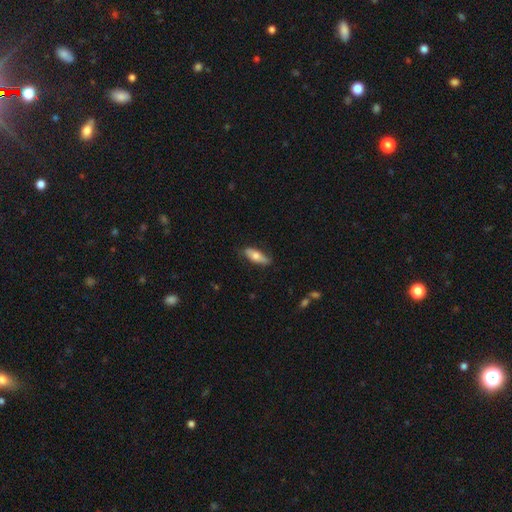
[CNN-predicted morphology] Smooth or featured? smooth (67%)
How rounded? in between (65%)
Merging? none (77%)